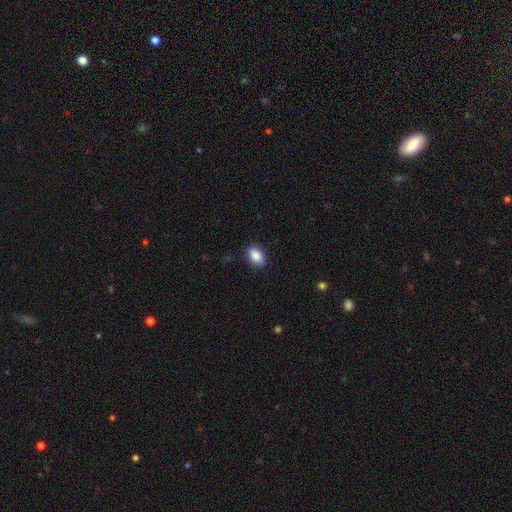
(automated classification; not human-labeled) Smooth or featured?
  - smooth: 89% *
  - star or artifact: 7%
  - featured or disk: 4%
How rounded?
  - in between: 90% *
  - round: 8%
  - cigar-shaped: 2%
Merging?
  - none: 88% *
  - minor disturbance: 9%
  - major disturbance: 2%
  - merger: 1%